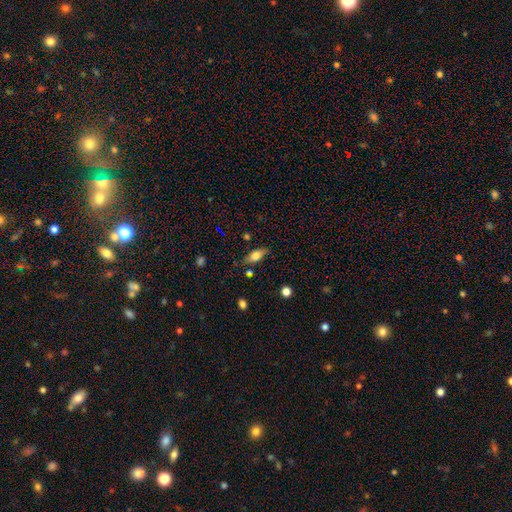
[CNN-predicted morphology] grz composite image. It shows a smooth galaxy with no disk features (67%) that is in between round and cigar-shaped (76%). Merging: none (76%).